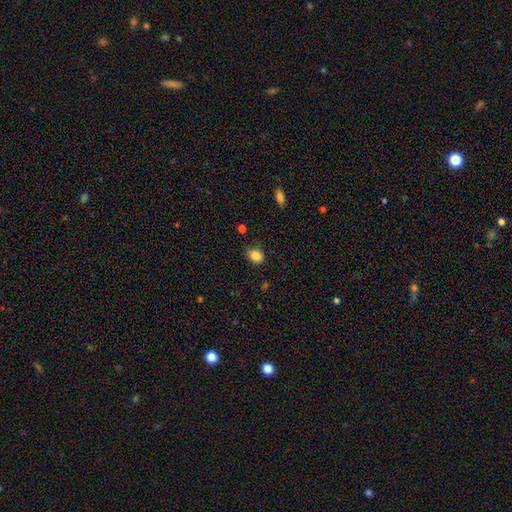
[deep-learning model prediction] Smooth or featured? smooth (85%)
How rounded? in between (54%)
Merging? none (78%)